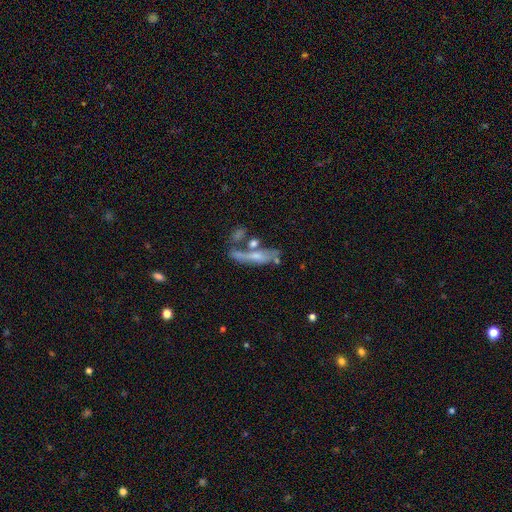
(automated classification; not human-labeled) smooth-or-featured: featured or disk: 50% | smooth: 38% | star or artifact: 12%
  merging: none: 39% | merger: 32% | minor disturbance: 15% | major disturbance: 13%